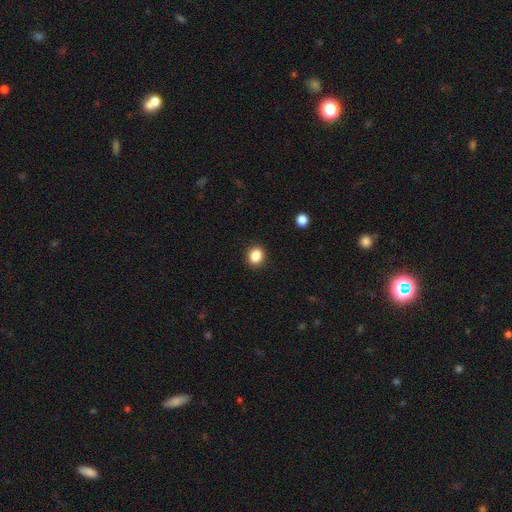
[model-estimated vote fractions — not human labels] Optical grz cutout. It shows a smooth galaxy with no disk features (86%) that is round (62%). Merging: none (91%).